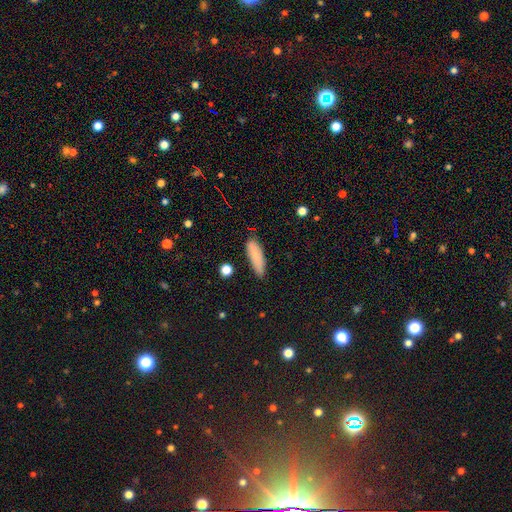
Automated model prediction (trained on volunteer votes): Smooth or featured?
  - smooth: 81% *
  - featured or disk: 12%
  - star or artifact: 8%
How rounded?
  - cigar-shaped: 49% * (tied)
  - in between: 49% * (tied)
  - round: 2%
Merging?
  - none: 82% *
  - minor disturbance: 14%
  - major disturbance: 2%
  - merger: 2%